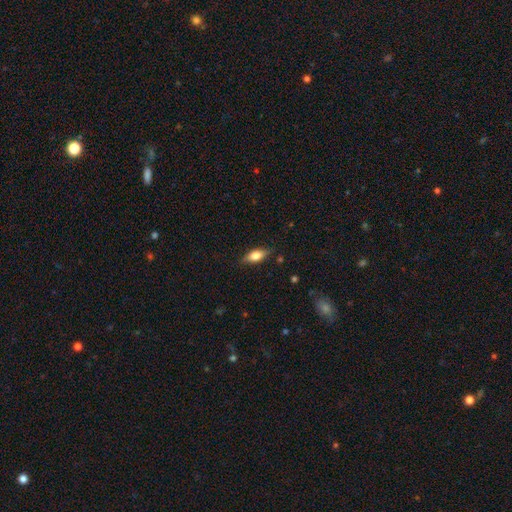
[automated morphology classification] This is likely a smooth galaxy (68%). How rounded: likely in between (77%). Merging: clearly none (83%).